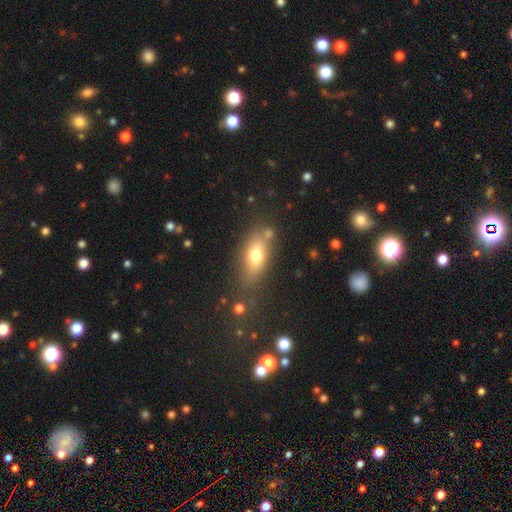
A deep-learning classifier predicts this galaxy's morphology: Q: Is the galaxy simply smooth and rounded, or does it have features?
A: smooth — 71%.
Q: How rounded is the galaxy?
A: in between — 78%.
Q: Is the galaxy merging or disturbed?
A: none — 68%.